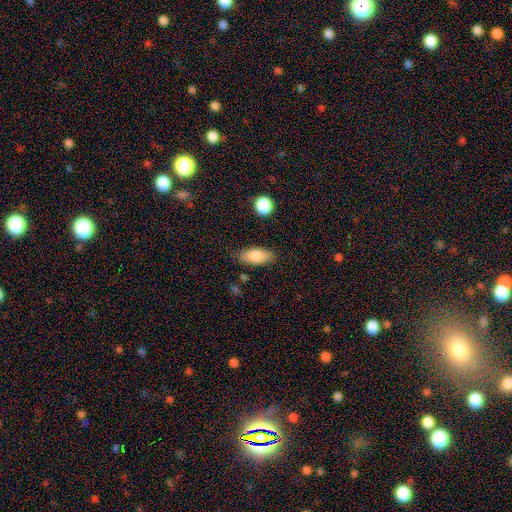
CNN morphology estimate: Smooth or featured?
  - smooth: 79% *
  - featured or disk: 14%
  - star or artifact: 7%
How rounded?
  - in between: 86% *
  - cigar-shaped: 11%
  - round: 3%
Merging?
  - none: 82% *
  - minor disturbance: 13%
  - major disturbance: 3%
  - merger: 2%